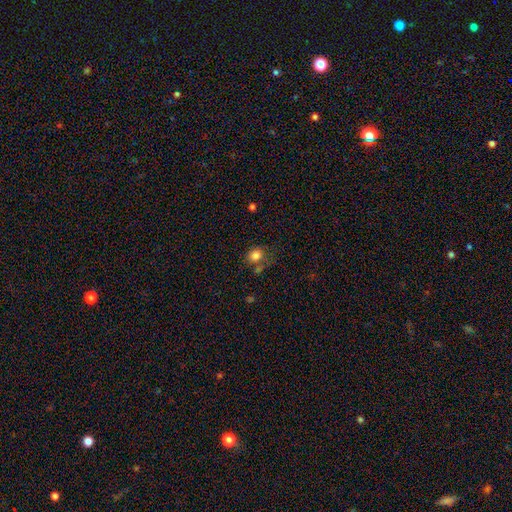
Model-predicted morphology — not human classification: The model was most divided on "how rounded": round: 64%, in between: 35%, cigar-shaped: 1%. More confident: smooth or featured — smooth (82%); merging — none (58%).